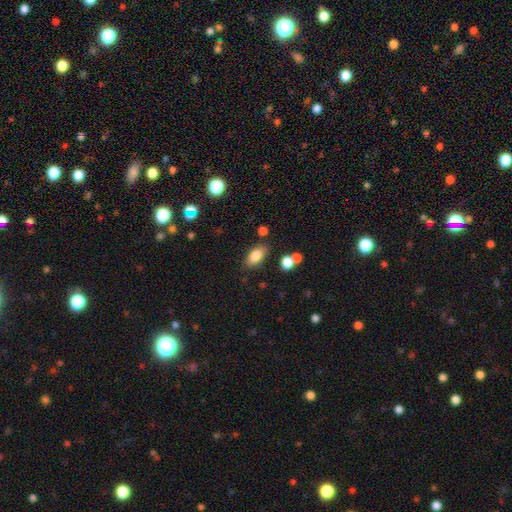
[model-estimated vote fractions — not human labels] This is clearly a smooth galaxy (83%). How rounded: clearly in between (89%). Merging: likely none (79%).